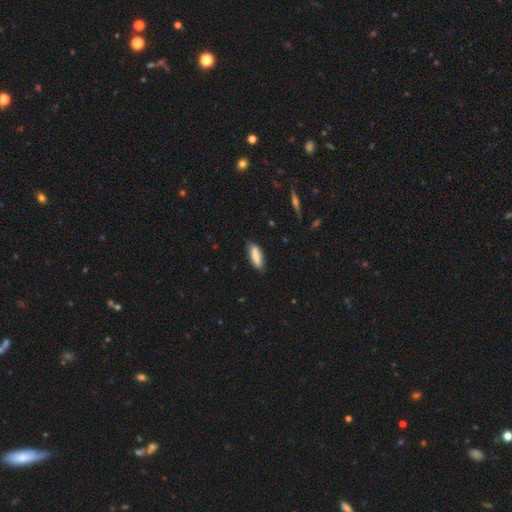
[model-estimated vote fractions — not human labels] A smooth galaxy with no disk features (80%) that is in between round and cigar-shaped (58%). Merging: none (78%).